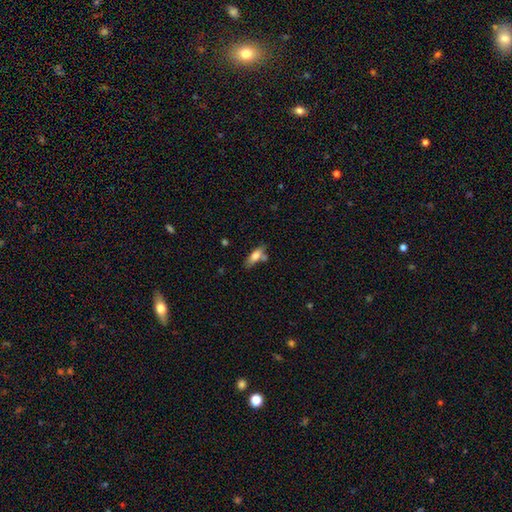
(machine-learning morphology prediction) Smooth or featured? smooth (73%)
How rounded? in between (69%)
Merging? none (59%)